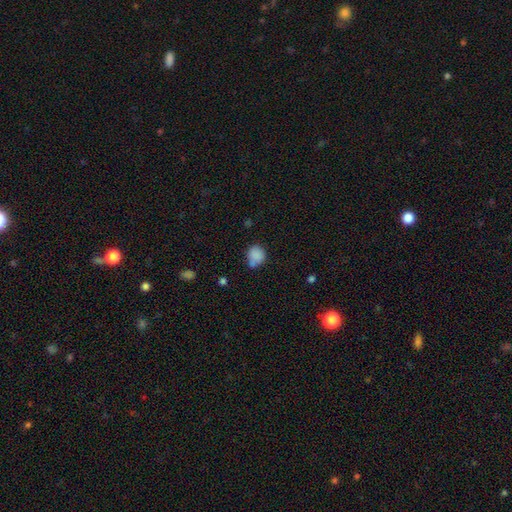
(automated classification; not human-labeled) A smooth galaxy with no disk features (83%) that is round (70%). Merging: none (54%).